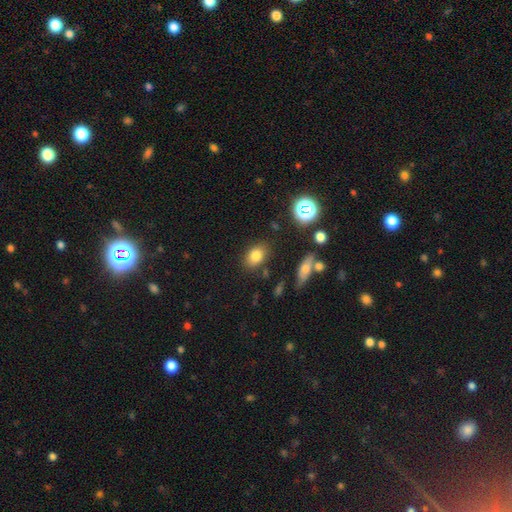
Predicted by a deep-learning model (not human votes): A smooth galaxy with no disk features (78%) that is in between round and cigar-shaped (75%).

Vote fractions:
- Smooth or featured? smooth: 78% / star or artifact: 12% / featured or disk: 10%
- How rounded? in between: 75% / round: 24% / cigar-shaped: 2%
- Merging? none: 80% / minor disturbance: 12% / merger: 4% / major disturbance: 4%